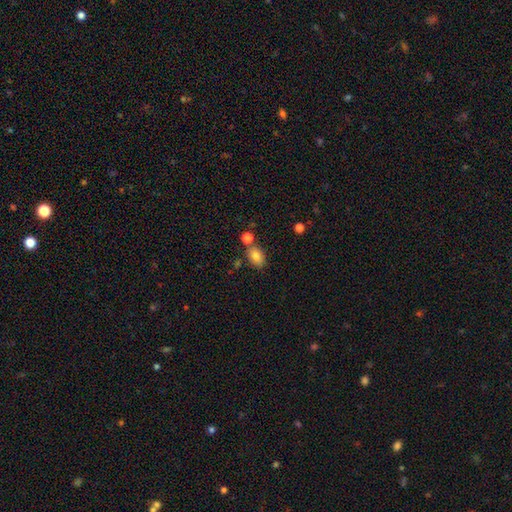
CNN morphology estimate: Smooth or featured? smooth (81%)
How rounded? in between (82%)
Merging? none (69%)